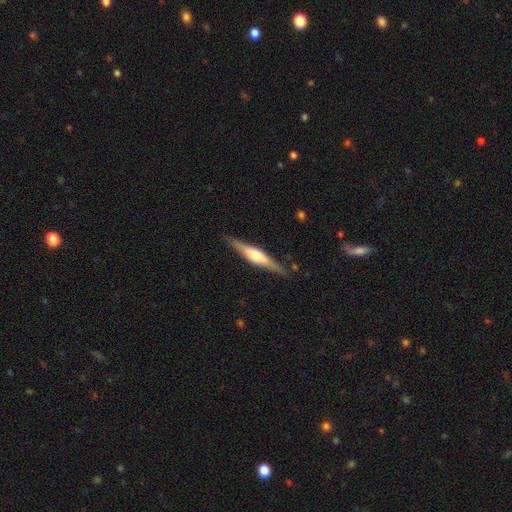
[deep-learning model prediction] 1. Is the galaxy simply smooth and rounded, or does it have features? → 67% featured or disk, 27% smooth, 5% star or artifact.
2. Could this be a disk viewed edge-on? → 96% yes, 4% no.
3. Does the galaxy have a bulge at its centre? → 87% rounded, 9% boxy, 4% none.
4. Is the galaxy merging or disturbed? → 87% none, 10% minor disturbance, 2% major disturbance, 1% merger.